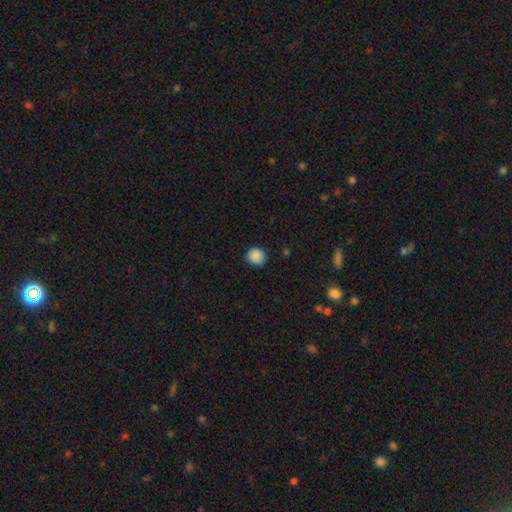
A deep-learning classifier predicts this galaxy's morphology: A smooth galaxy with no disk features (88%) that is round (89%).

Vote fractions:
- Smooth or featured? smooth: 88% / star or artifact: 9% / featured or disk: 3%
- How rounded? round: 89% / in between: 10% / cigar-shaped: 1%
- Merging? none: 87% / minor disturbance: 10% / major disturbance: 2% / merger: 1%